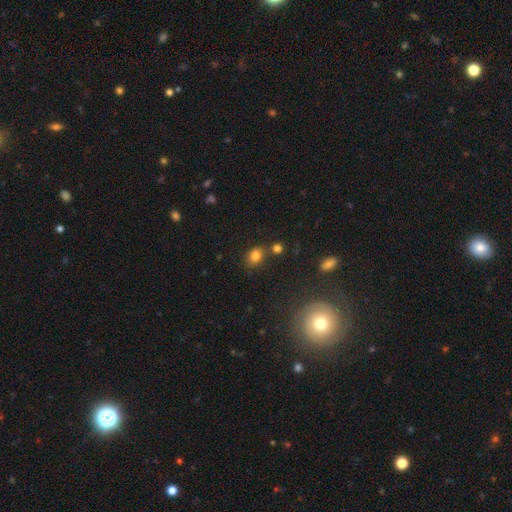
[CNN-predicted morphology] This appears to be a smooth galaxy with no disk features (80%) that is round (50%). Merging: none (68%).